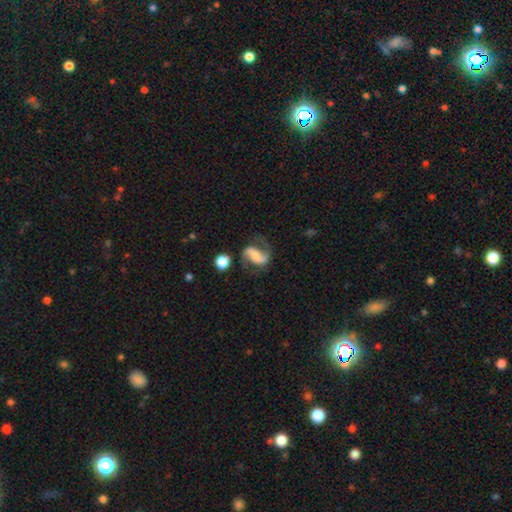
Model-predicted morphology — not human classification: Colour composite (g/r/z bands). It shows a featured or disk galaxy (85%) with a strong bar (35%), 2 (91%) medium (45%) spiral arms (96%) and a small central bulge (39%). Merging: none (67%).